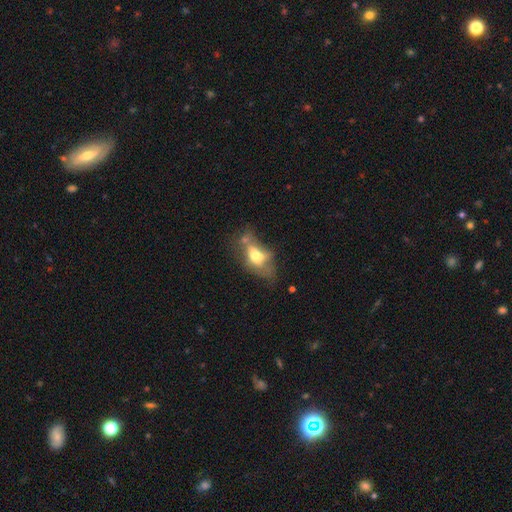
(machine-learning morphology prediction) smooth 50%, featured or disk 40%, star or artifact 10%. Down the decision tree: merging — major disturbance (30%).